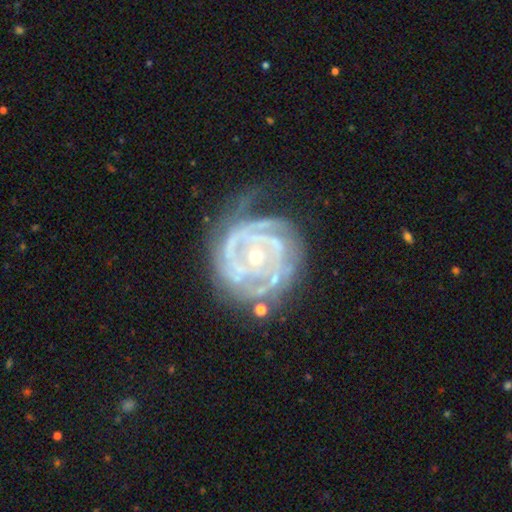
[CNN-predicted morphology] smooth-or-featured: featured or disk: 86% | smooth: 7% | star or artifact: 6%
  disk-edge-on: no: 97% | yes: 3%
    bar: no: 73% | weak: 18% | strong: 8%
    has-spiral-arms: yes: 89% | no: 11%
      spiral-winding: tight: 70% | medium: 23% | loose: 6%
      spiral-arm-count: can't tell: 33% | 2: 25% | 3: 21% | 4: 10% | 1: 6% | more than 4: 6%
    bulge-size: small: 64% | moderate: 32% | large: 2% | none: 1% | dominant: 1%
  merging: none: 51% | minor disturbance: 27% | major disturbance: 19% | merger: 3%